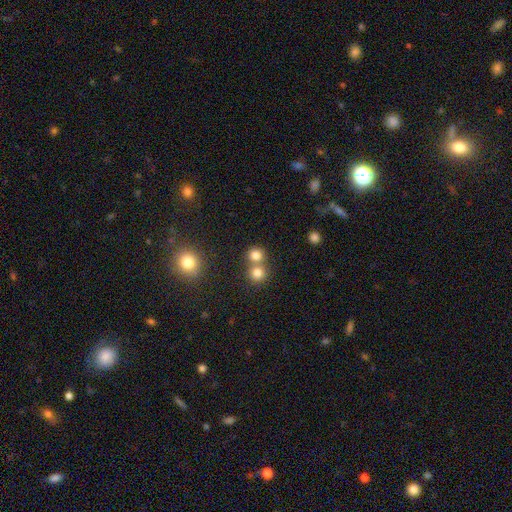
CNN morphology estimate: Overall: smooth (79%). How rounded: round (87%). Merging: none (54%; merger 38%).